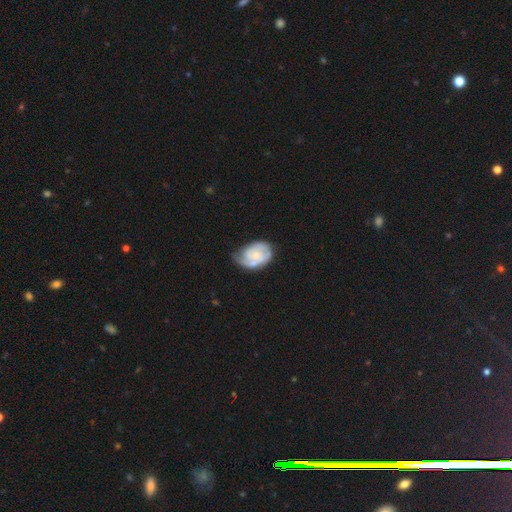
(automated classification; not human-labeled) Smooth or featured: featured or disk — 66% (smooth — 28%)
Edge-on disk: no — 97% (yes — 3%)
Bar: no — 75% (weak — 21%)
Spiral arms: yes — 80% (no — 20%)
Spiral winding: tight — 53% (medium — 33%)
Spiral arm count: 2 — 36% (can't tell — 34%)
Bulge size: small — 57% (moderate — 30%)
Merging: none — 45% (minor disturbance — 34%)